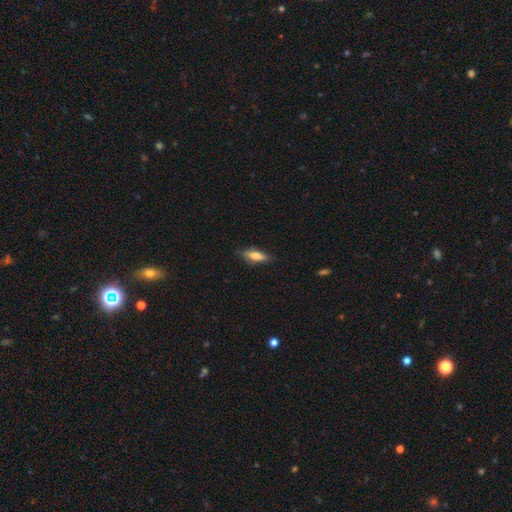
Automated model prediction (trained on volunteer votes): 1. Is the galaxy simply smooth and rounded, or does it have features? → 68% smooth, 25% featured or disk, 7% star or artifact.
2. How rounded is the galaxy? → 52% in between, 46% cigar-shaped, 2% round.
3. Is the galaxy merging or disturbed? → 79% none, 17% minor disturbance, 3% major disturbance, 1% merger.